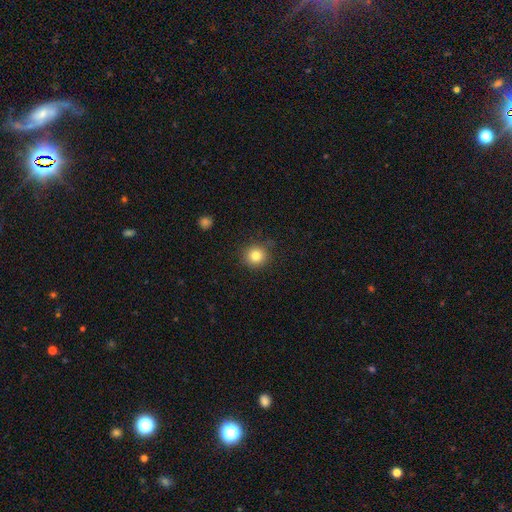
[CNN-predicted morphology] This is clearly a smooth galaxy (82%). How rounded: clearly round (92%). Merging: clearly none (87%).